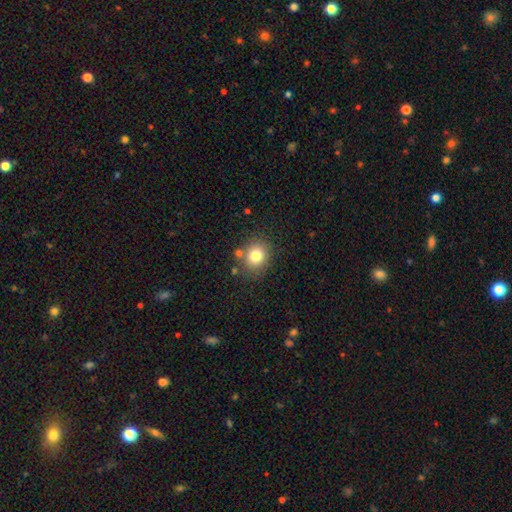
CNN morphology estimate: Smooth or featured? Predicted: smooth (p=0.78). How rounded? Predicted: round (p=0.74). Merging? Predicted: none (p=0.78).